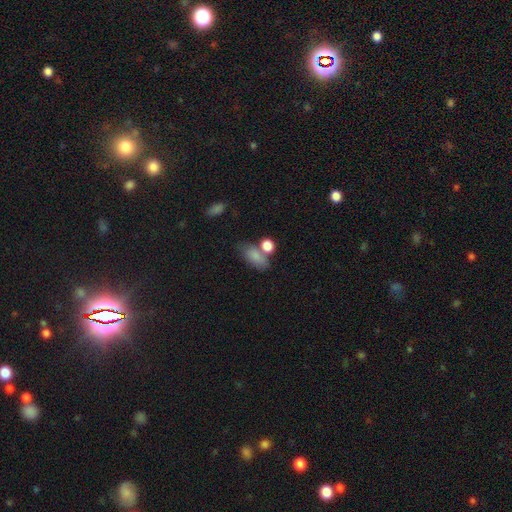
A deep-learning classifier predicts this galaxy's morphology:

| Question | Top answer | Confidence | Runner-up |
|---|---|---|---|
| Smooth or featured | smooth | 81% | featured or disk (11%) |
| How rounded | in between | 84% | round (11%) |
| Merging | none | 47% | merger (28%) |